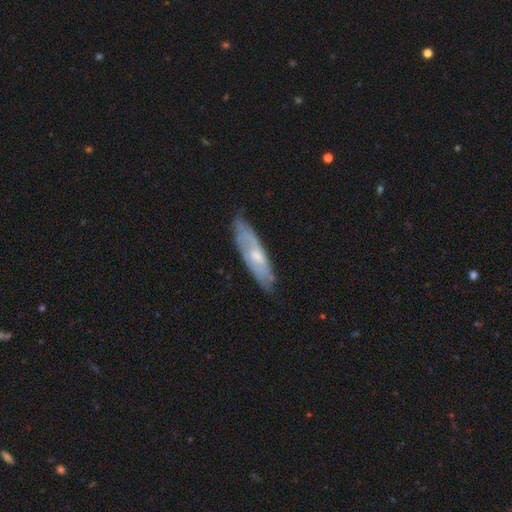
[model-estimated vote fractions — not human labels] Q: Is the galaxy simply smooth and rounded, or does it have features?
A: featured or disk — 59%.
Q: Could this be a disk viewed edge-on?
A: no — 59%.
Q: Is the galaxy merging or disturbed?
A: none — 72%.